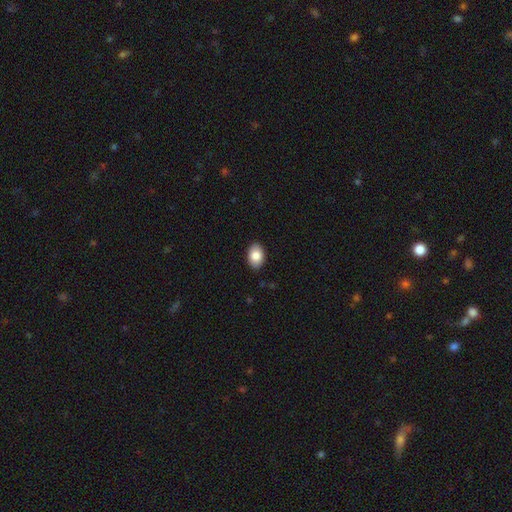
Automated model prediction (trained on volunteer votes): A smooth galaxy with no disk features (85%) that is in between round and cigar-shaped (87%).

Vote fractions:
- Smooth or featured? smooth: 85% / featured or disk: 9% / star or artifact: 7%
- How rounded? in between: 87% / round: 12% / cigar-shaped: 1%
- Merging? none: 90% / minor disturbance: 8% / major disturbance: 2% / merger: 1%